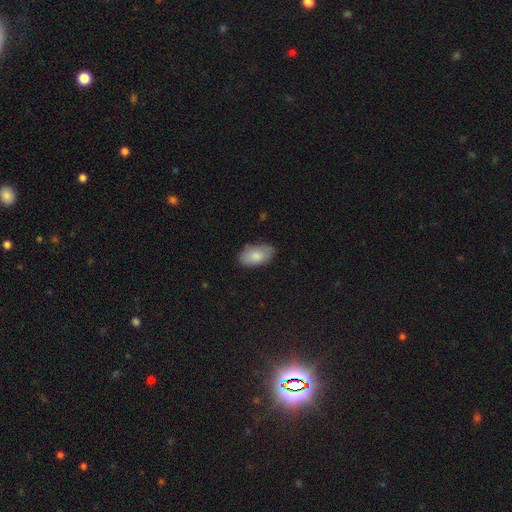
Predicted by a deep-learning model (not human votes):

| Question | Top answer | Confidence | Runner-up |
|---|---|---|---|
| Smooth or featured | smooth | 84% | featured or disk (10%) |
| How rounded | in between | 94% | round (4%) |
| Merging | none | 77% | minor disturbance (18%) |